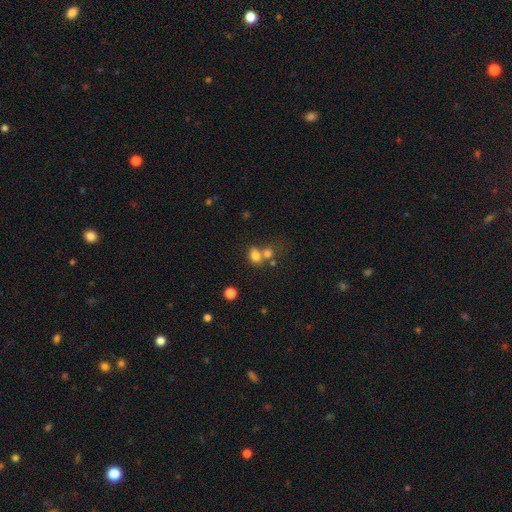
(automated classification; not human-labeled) Smooth or featured? Predicted: smooth (p=0.76). How rounded? Predicted: in between (p=0.55). Merging? Predicted: merger (p=0.42).